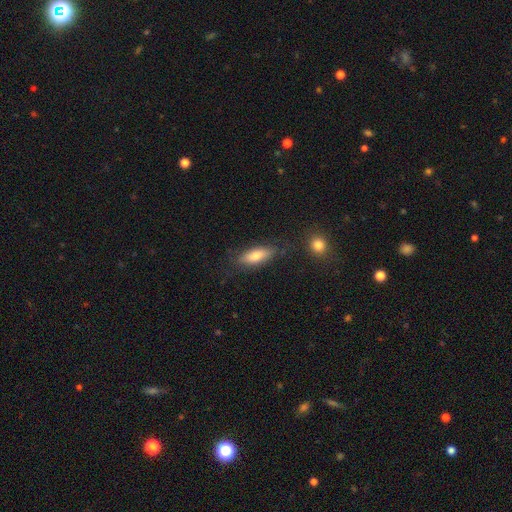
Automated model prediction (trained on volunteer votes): Q: Smooth or featured?
A: smooth (74%); runner-up: featured or disk (19%)
Q: How rounded?
A: in between (69%); runner-up: cigar-shaped (28%)
Q: Merging?
A: none (75%); runner-up: minor disturbance (17%)